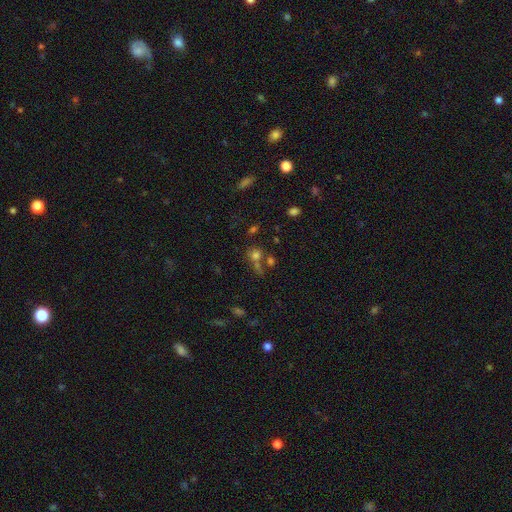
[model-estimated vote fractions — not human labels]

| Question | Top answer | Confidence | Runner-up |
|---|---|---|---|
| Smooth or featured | smooth | 69% | star or artifact (21%) |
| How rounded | round | 79% | in between (19%) |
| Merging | none | 53% | merger (31%) |